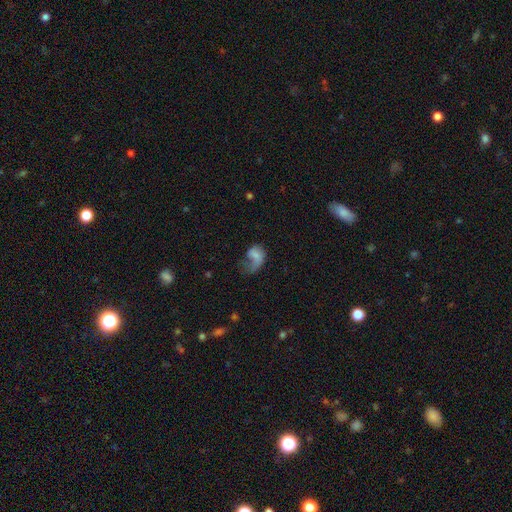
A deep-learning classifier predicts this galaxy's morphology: This is possibly a smooth galaxy (55%). How rounded: likely in between (77%). Merging: likely major disturbance (60%).